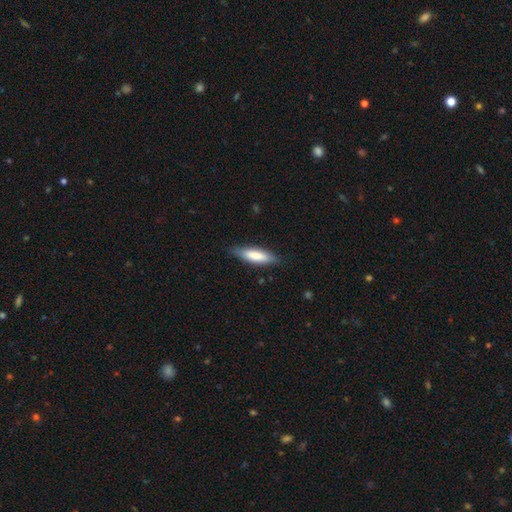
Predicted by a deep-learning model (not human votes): The model was most divided on "how rounded": cigar-shaped: 57%, in between: 42%, round: 1%. More confident: merging — none (82%); smooth or featured — smooth (77%).